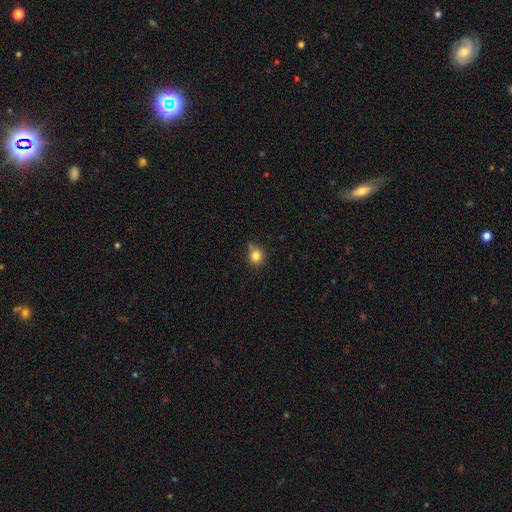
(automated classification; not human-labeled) A smooth galaxy with no disk features (82%) that is round (80%). Merging: none (60%).